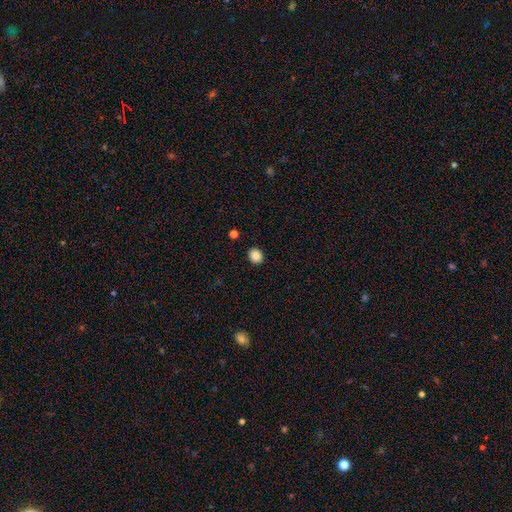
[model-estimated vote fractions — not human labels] Smooth or featured?
  - smooth: 87% *
  - star or artifact: 9%
  - featured or disk: 4%
How rounded?
  - round: 67% *
  - in between: 33%
  - cigar-shaped: 1%
Merging?
  - none: 91% *
  - minor disturbance: 6%
  - major disturbance: 2%
  - merger: 1%